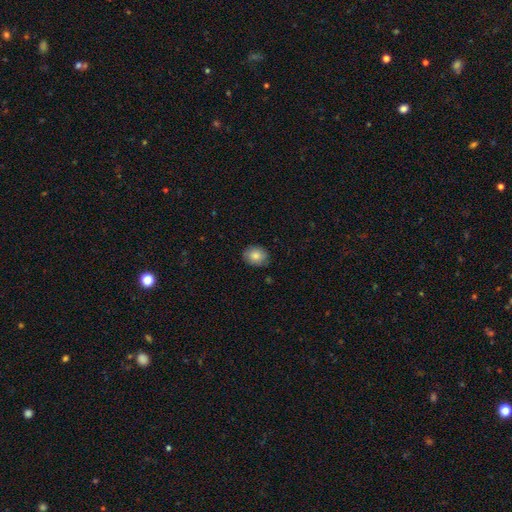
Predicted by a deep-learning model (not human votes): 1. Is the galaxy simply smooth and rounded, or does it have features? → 82% smooth, 10% featured or disk, 8% star or artifact.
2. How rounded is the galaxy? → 56% round, 43% in between, 1% cigar-shaped.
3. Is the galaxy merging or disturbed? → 82% none, 14% minor disturbance, 3% major disturbance, 1% merger.